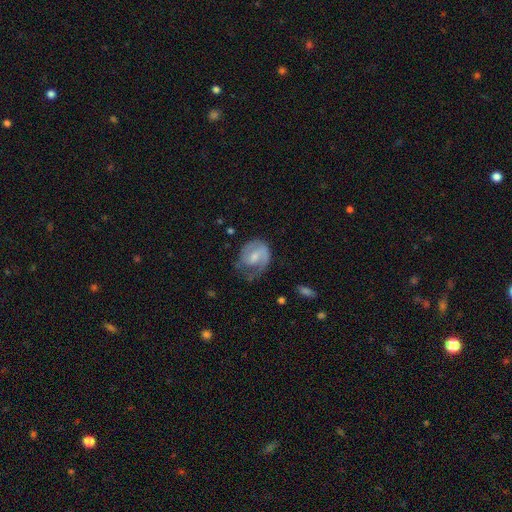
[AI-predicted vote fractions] smooth_or_featured: featured or disk (p=0.67) [alt: smooth p=0.27]
disk_edge_on: no (p=0.97) [alt: yes p=0.03]
bar: weak (p=0.52) [alt: no p=0.31]
has_spiral_arms: yes (p=0.87) [alt: no p=0.13]
spiral_winding: medium (p=0.42) [alt: tight p=0.35]
spiral_arm_count: 2 (p=0.45) [alt: 1 p=0.40]
bulge_size: small (p=0.47) [alt: moderate p=0.38]
merging: none (p=0.47) [alt: minor disturbance p=0.27]